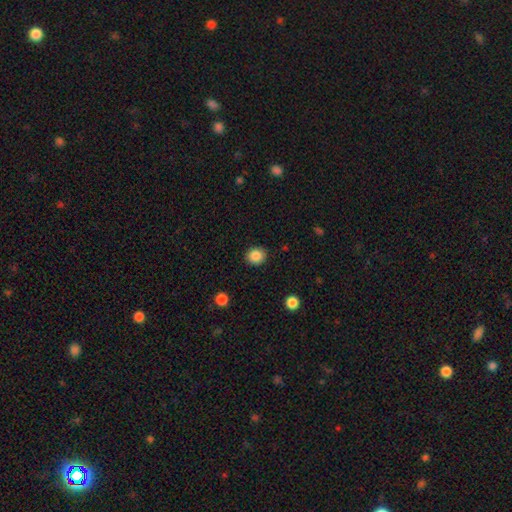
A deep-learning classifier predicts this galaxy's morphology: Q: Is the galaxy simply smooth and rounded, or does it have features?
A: smooth — 87%.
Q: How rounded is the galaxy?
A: round — 81%.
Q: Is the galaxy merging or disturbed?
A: none — 90%.